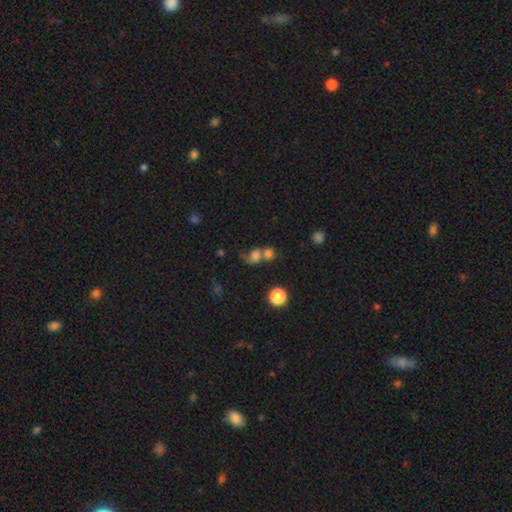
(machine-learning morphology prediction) smooth 69%, featured or disk 16%, star or artifact 15%. Down the decision tree: how rounded — round (69%); merging — merger (56%).